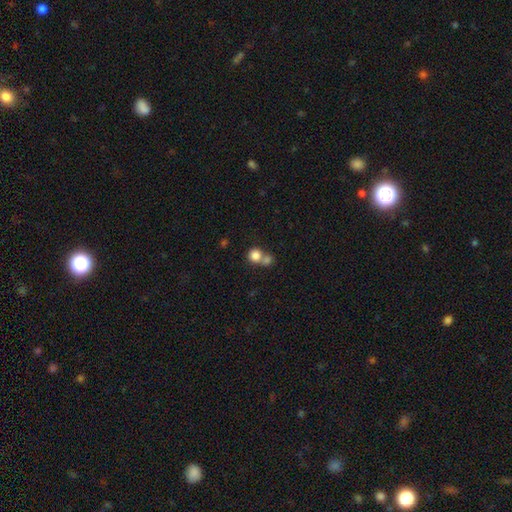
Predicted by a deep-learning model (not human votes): The model was most divided on "merging": merger: 49%, none: 42%, minor disturbance: 6%, major disturbance: 3%. More confident: how rounded — round (86%); smooth or featured — smooth (81%).